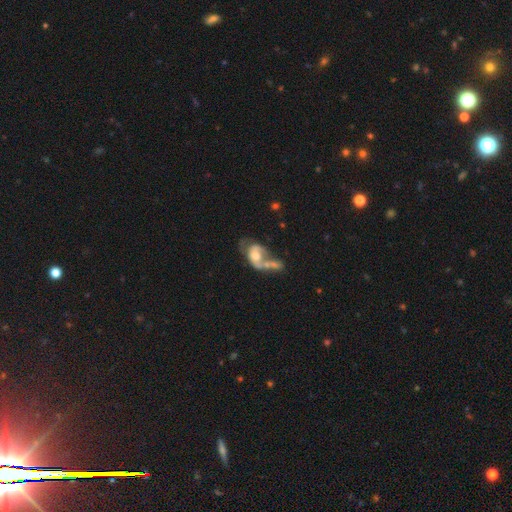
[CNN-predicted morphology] Smooth or featured: featured or disk — 52% (smooth — 40%)
Edge-on disk: no — 95% (yes — 5%)
Merging: merger — 55% (major disturbance — 23%)